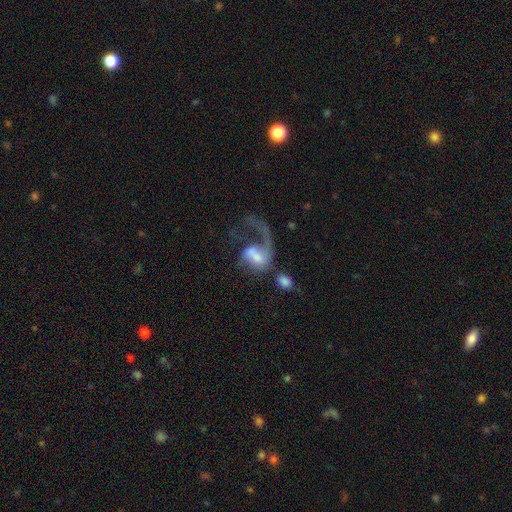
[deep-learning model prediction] A featured or disk galaxy (62%) with no bar (47%), spiral arms (78%) and a moderate central bulge (29%).

Vote fractions:
- Smooth or featured? featured or disk: 62% / smooth: 31% / star or artifact: 8%
- Edge-on disk? no: 97% / yes: 3%
- Bar? no: 47% / weak: 37% / strong: 16%
- Spiral arms? yes: 78% / no: 22%
- Bulge size? moderate: 29% / small: 25% / none: 24% / large: 17% / dominant: 5%
- Merging? major disturbance: 51% / merger: 21% / none: 19% / minor disturbance: 9%